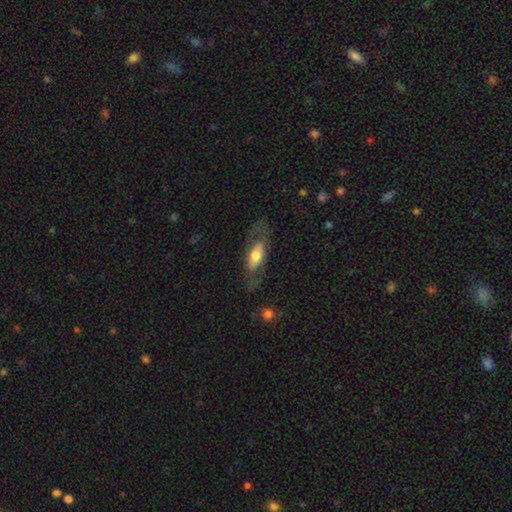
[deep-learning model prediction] This is possibly a featured or disk galaxy (55%). It is likely not viewed edge-on (76%). Merging: likely none (69%).